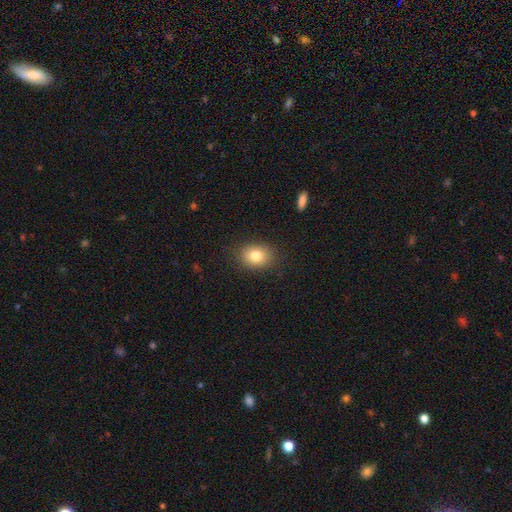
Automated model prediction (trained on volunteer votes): smooth-or-featured: smooth: 81% | star or artifact: 10% | featured or disk: 9%
  how-rounded: in between: 58% | round: 41% | cigar-shaped: 1%
  merging: none: 86% | minor disturbance: 10% | major disturbance: 3% | merger: 1%